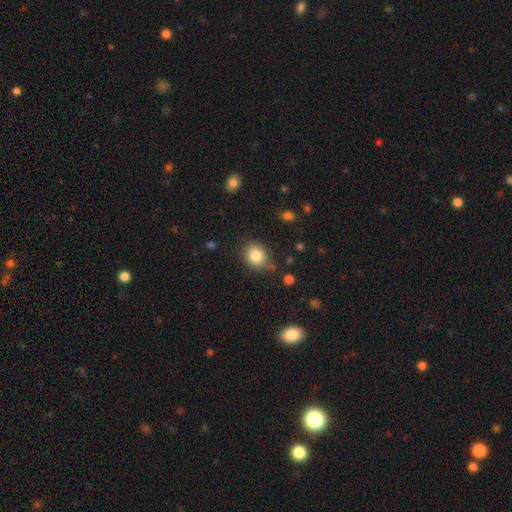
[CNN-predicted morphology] The model was most divided on "how rounded": round: 64%, in between: 35%, cigar-shaped: 1%. More confident: smooth or featured — smooth (83%); merging — none (77%).